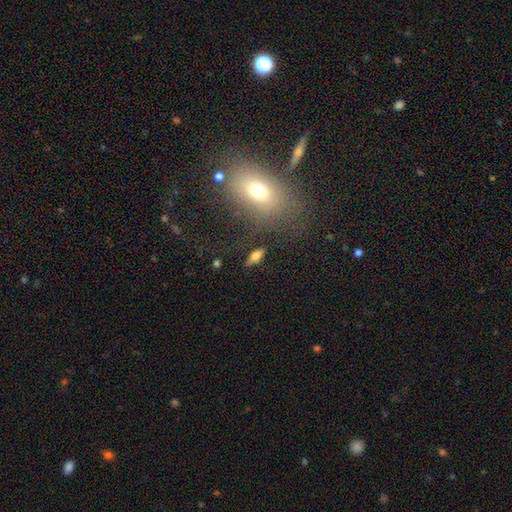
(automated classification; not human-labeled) Morphology: type=smooth (71%); roundness=in between (70%); merging=none (81%).